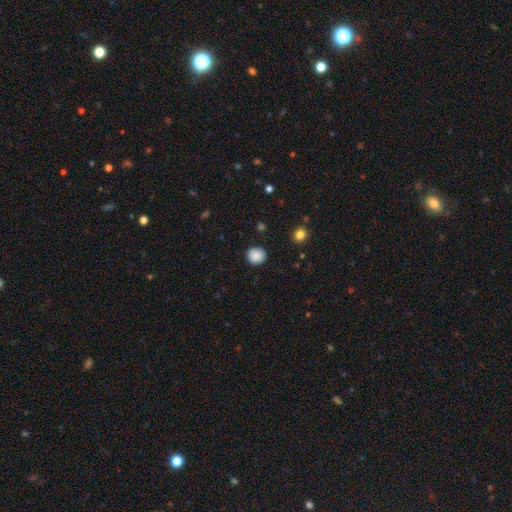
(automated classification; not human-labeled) smooth-or-featured: smooth: 88% | star or artifact: 9% | featured or disk: 3%
  how-rounded: round: 84% | in between: 15% | cigar-shaped: 1%
  merging: none: 88% | minor disturbance: 9% | major disturbance: 2% | merger: 1%